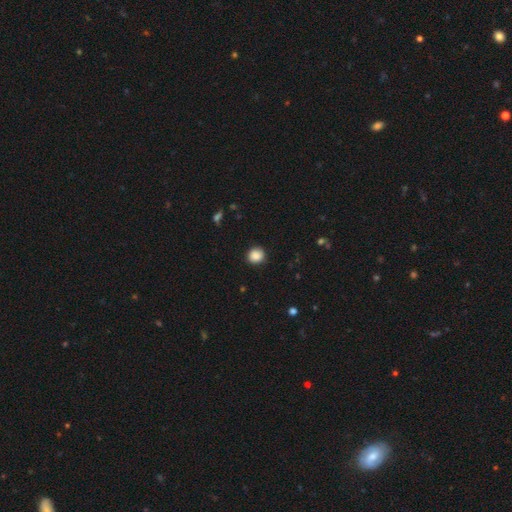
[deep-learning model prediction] A smooth galaxy with no disk features (87%) that is round (88%).

Vote fractions:
- Smooth or featured? smooth: 87% / star or artifact: 9% / featured or disk: 3%
- How rounded? round: 88% / in between: 11% / cigar-shaped: 1%
- Merging? none: 89% / minor disturbance: 8% / major disturbance: 2% / merger: 1%